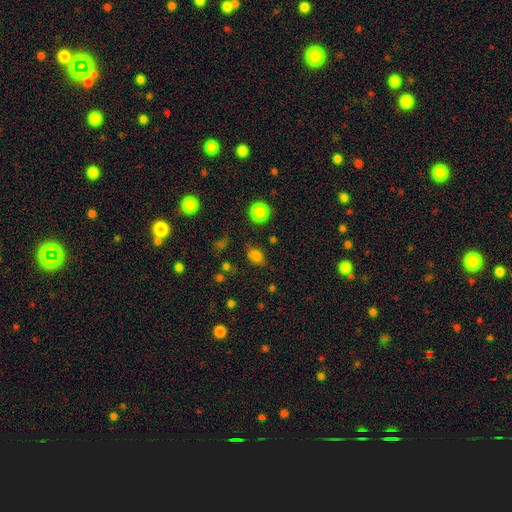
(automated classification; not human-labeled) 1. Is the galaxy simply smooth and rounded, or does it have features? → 78% smooth, 16% star or artifact, 6% featured or disk.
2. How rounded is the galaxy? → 68% in between, 31% round, 2% cigar-shaped.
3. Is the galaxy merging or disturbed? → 75% none, 16% minor disturbance, 6% major disturbance, 4% merger.